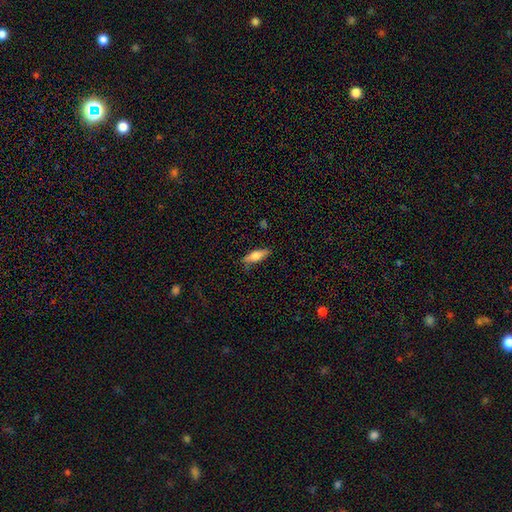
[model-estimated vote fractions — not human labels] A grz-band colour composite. It shows a smooth galaxy with no disk features (67%) that is in between round and cigar-shaped (51%). Merging: none (82%).